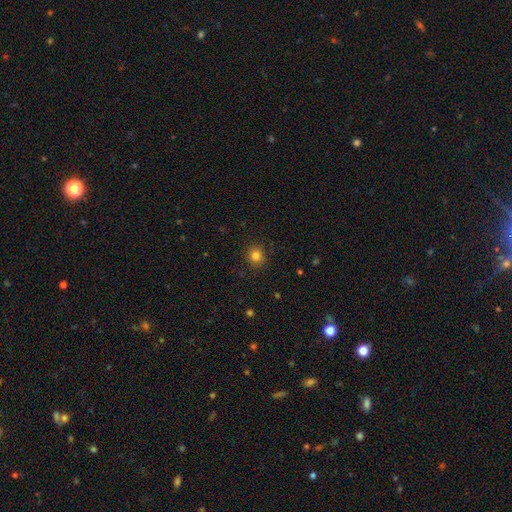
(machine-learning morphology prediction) smooth 81%, star or artifact 13%, featured or disk 6%. Down the decision tree: how rounded — round (90%); merging — none (90%).